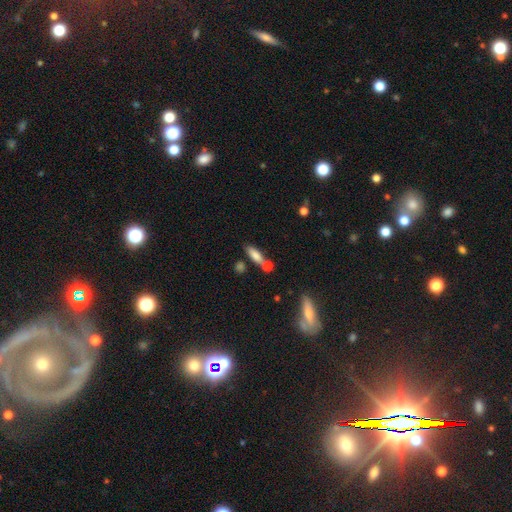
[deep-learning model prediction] This appears to be a smooth galaxy with no disk features (79%) that is in between round and cigar-shaped (56%). Merging: none (54%).